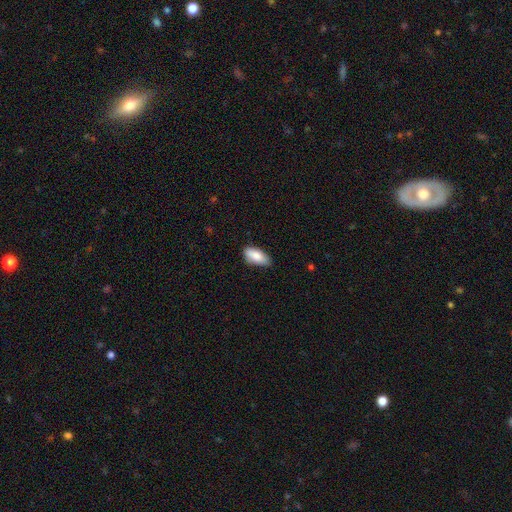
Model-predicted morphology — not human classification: type=smooth (85%); roundness=in between (89%); merging=none (70%).